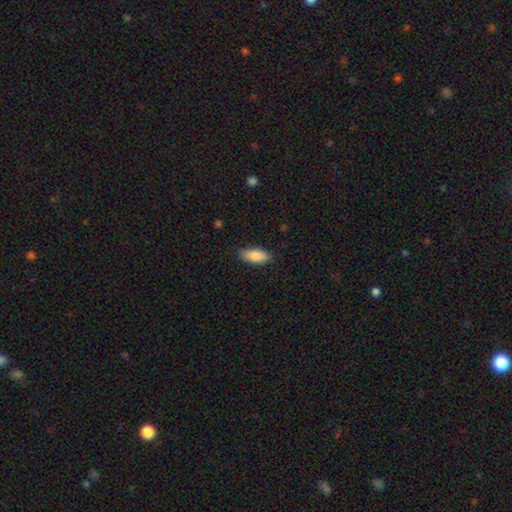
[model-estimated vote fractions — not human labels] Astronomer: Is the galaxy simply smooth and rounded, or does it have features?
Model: smooth — 85%.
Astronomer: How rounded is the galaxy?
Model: in between — 81%.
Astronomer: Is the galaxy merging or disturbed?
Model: none — 84%.